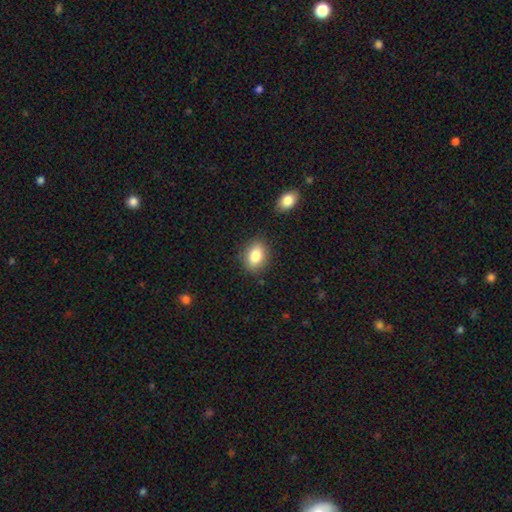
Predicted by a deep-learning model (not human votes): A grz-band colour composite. It shows a smooth galaxy with no disk features (84%) that is in between round and cigar-shaped (76%). Merging: none (84%).